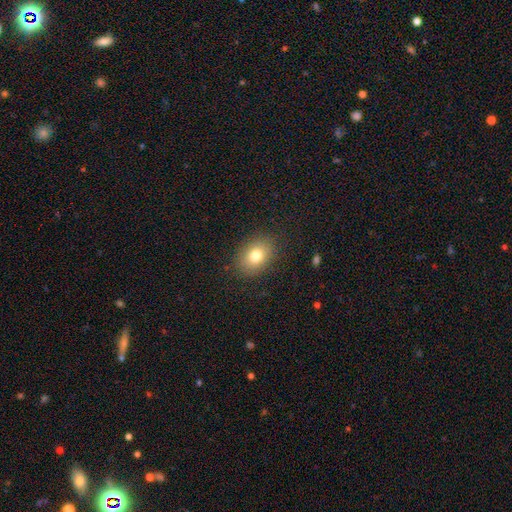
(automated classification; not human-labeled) A smooth galaxy with no disk features (78%) that is in between round and cigar-shaped (72%). Merging: none (86%).